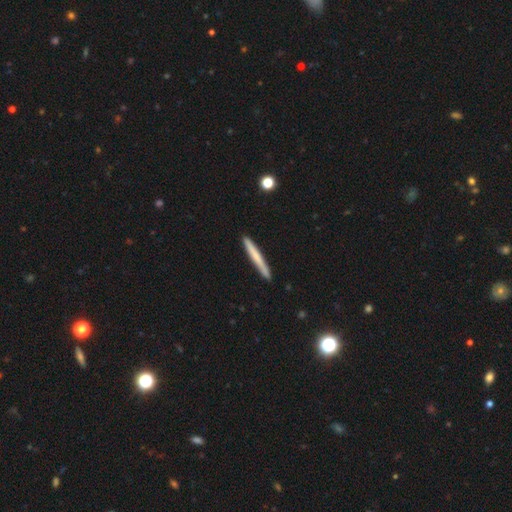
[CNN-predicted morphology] Smooth or featured? Predicted: smooth (p=0.64). How rounded? Predicted: cigar-shaped (p=0.97). Merging? Predicted: none (p=0.90).